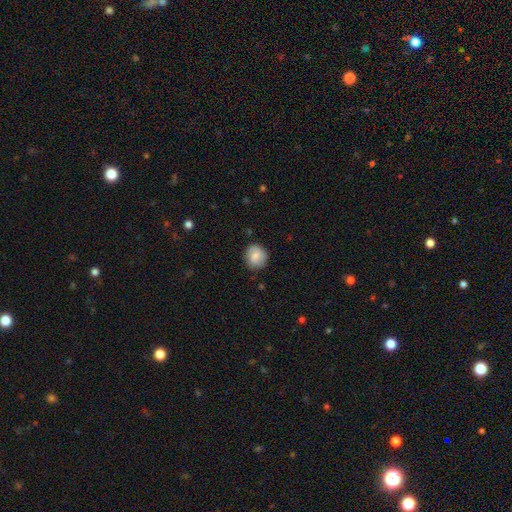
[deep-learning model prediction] Morphology: type=smooth (83%); roundness=round (76%); merging=none (81%).